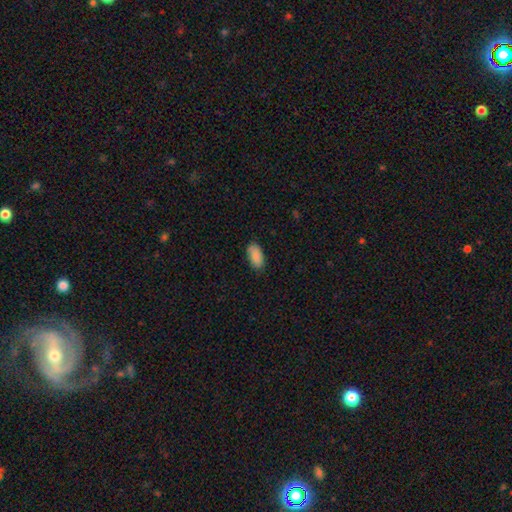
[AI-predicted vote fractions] This is clearly a smooth galaxy (89%). How rounded: clearly in between (92%). Merging: clearly none (82%).